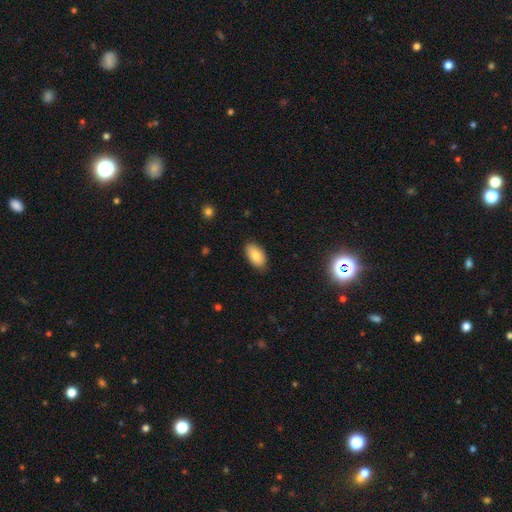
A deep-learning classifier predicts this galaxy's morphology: Smooth or featured: smooth — 85% (featured or disk — 8%)
How rounded: in between — 95% (round — 3%)
Merging: none — 85% (minor disturbance — 12%)